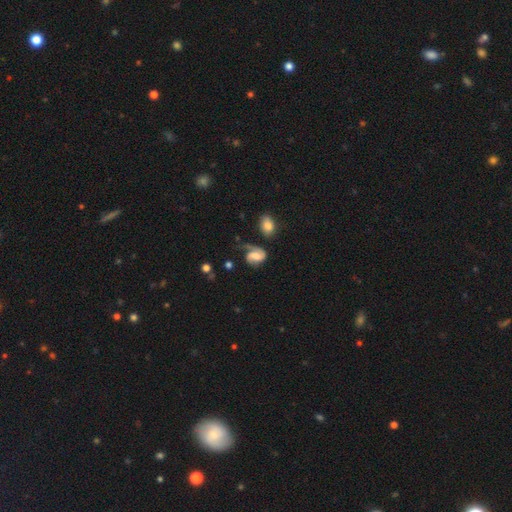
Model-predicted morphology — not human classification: Overall: featured or disk (66%). Edge-on disk: no (97%). Bar: weak (41%, tied with no). Spiral arms: yes (92%). Spiral arm count: 2 (56%; 1 37%). Spiral winding: medium (43%; loose 37%). Bulge size: moderate (30%; small 27%). Merging: none (42%; major disturbance 28%).